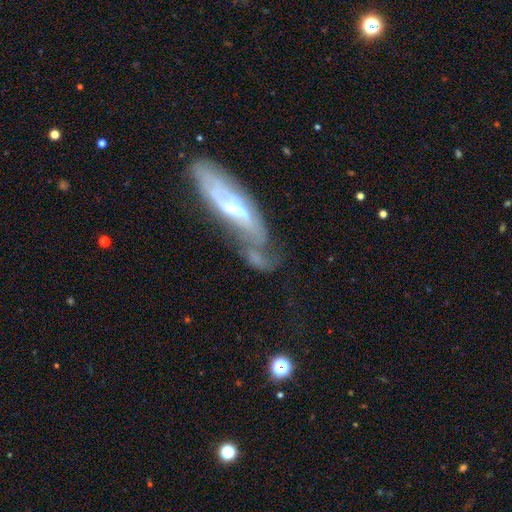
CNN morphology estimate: Smooth or featured? Predicted: featured or disk (p=0.69). Edge-on disk? Predicted: no (p=0.73). Merging? Predicted: none (p=0.40).